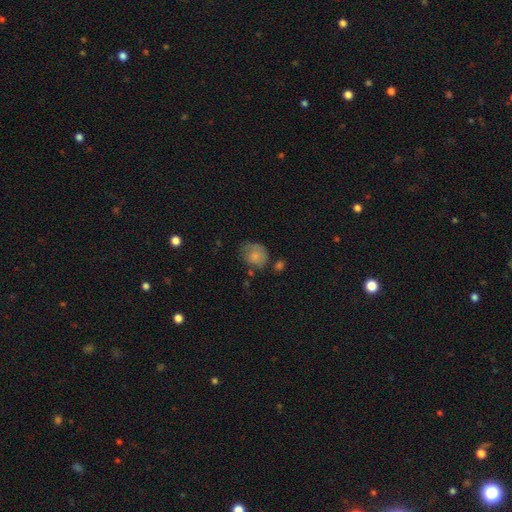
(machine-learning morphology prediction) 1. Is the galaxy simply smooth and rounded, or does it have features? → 76% smooth, 14% featured or disk, 9% star or artifact.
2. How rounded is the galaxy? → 61% round, 38% in between, 1% cigar-shaped.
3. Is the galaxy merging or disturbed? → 46% none, 32% minor disturbance, 15% major disturbance, 6% merger.